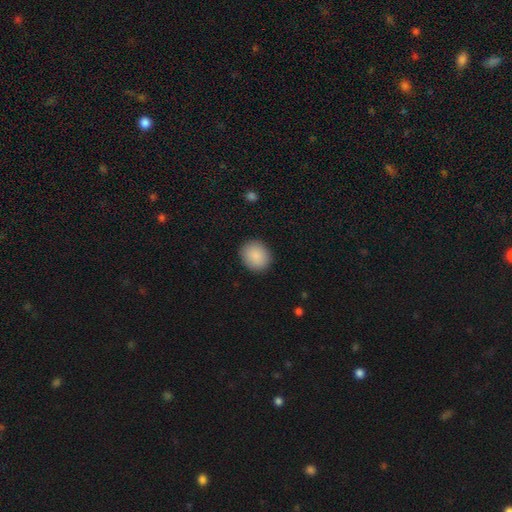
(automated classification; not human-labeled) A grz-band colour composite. It shows a smooth galaxy with no disk features (89%) that is round (73%). Merging: none (90%).